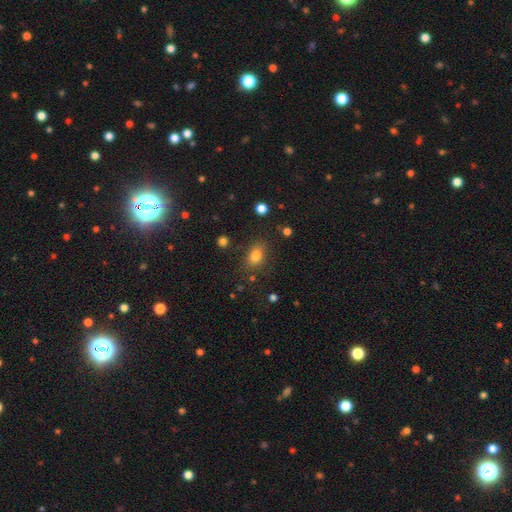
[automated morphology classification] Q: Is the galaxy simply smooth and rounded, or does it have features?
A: smooth — 80%.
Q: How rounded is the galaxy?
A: in between — 74%.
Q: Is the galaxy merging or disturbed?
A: none — 76%.